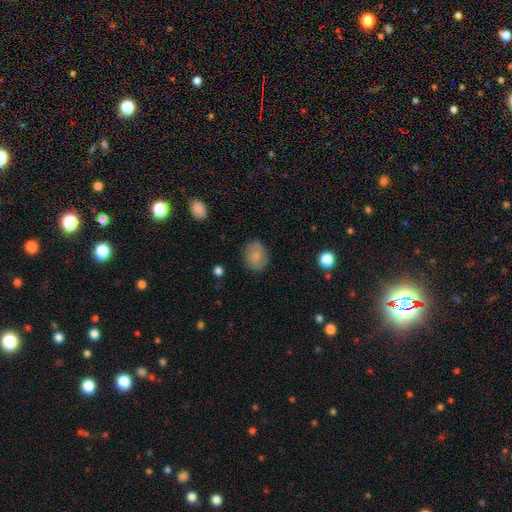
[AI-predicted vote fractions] Smooth or featured: smooth — 77% (featured or disk — 15%)
How rounded: in between — 52% (round — 47%)
Merging: none — 80% (minor disturbance — 15%)